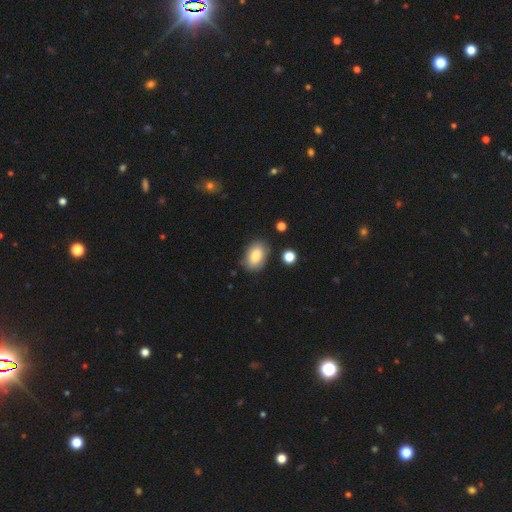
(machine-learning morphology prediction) The model was most divided on "merging": none: 79%, minor disturbance: 15%, major disturbance: 3%, merger: 3%. More confident: how rounded — in between (88%); smooth or featured — smooth (83%).